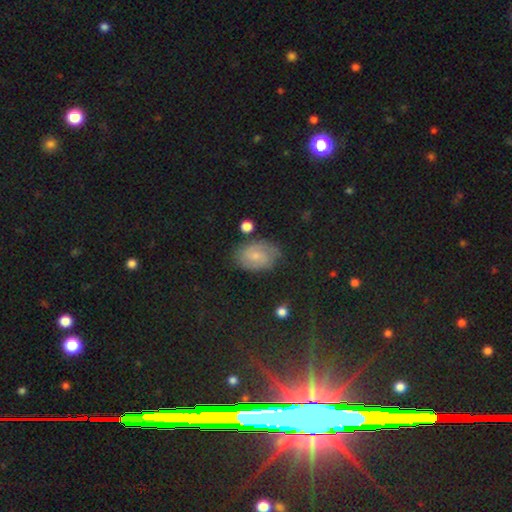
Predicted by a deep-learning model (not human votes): Overall: smooth (44%; featured or disk 41%). Merging: none (70%).